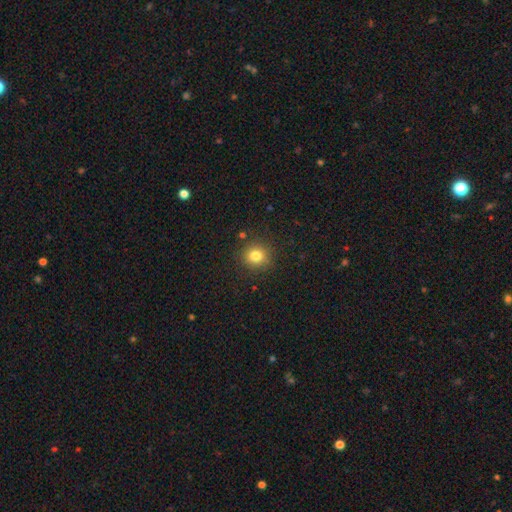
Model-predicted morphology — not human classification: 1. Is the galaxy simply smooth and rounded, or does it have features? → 81% smooth, 13% star or artifact, 6% featured or disk.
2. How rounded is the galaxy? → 88% round, 11% in between, 1% cigar-shaped.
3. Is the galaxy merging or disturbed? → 88% none, 8% minor disturbance, 3% major disturbance, 2% merger.